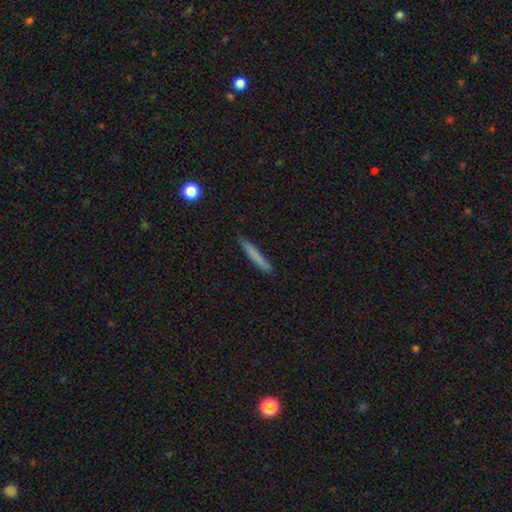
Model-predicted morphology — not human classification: Q: Smooth or featured?
A: smooth (75%); runner-up: featured or disk (18%)
Q: How rounded?
A: cigar-shaped (96%); runner-up: in between (3%)
Q: Merging?
A: none (88%); runner-up: minor disturbance (9%)